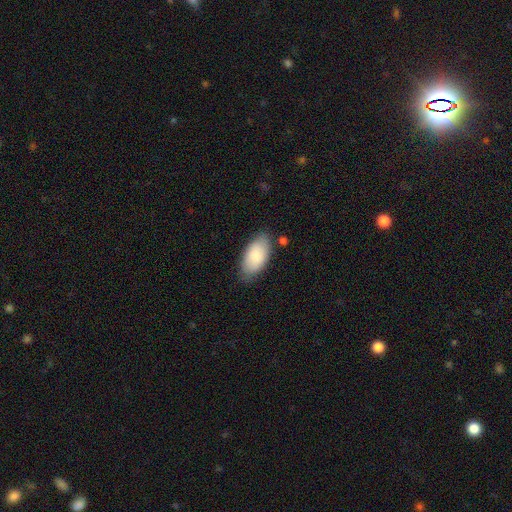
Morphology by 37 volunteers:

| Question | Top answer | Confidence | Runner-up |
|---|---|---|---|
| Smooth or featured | smooth | 89% | featured or disk (5%) |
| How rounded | in between | 97% | cigar-shaped (3%) |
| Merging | none | 71% | minor disturbance (17%) |